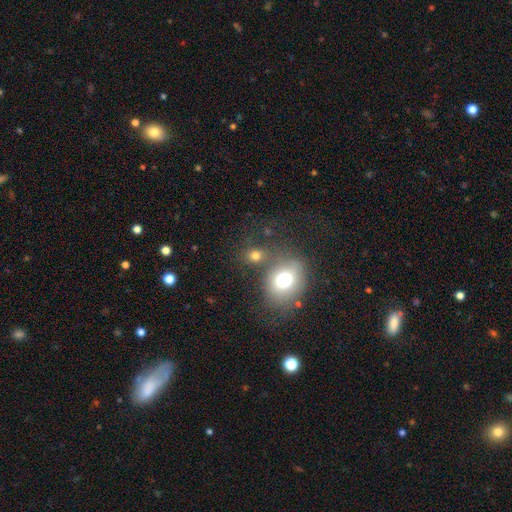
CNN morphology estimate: smooth_or_featured: smooth (p=0.71) [alt: star or artifact p=0.17]
how_rounded: round (p=0.64) [alt: in between p=0.35]
merging: none (p=0.57) [alt: merger p=0.22]